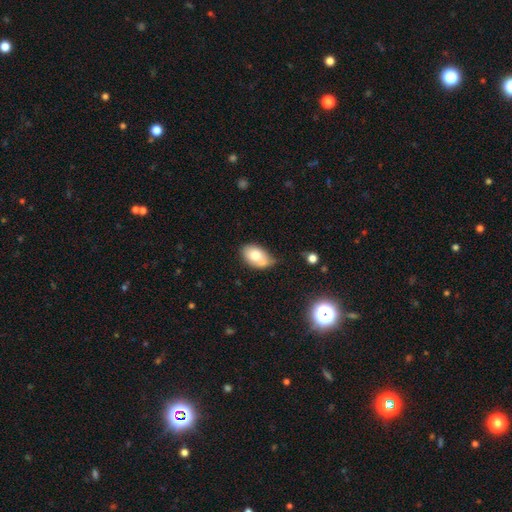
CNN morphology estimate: A smooth galaxy with no disk features (74%) that is in between round and cigar-shaped (87%).

Vote fractions:
- Smooth or featured? smooth: 74% / featured or disk: 18% / star or artifact: 8%
- How rounded? in between: 87% / round: 11% / cigar-shaped: 2%
- Merging? none: 44% / minor disturbance: 29% / merger: 20% / major disturbance: 7%